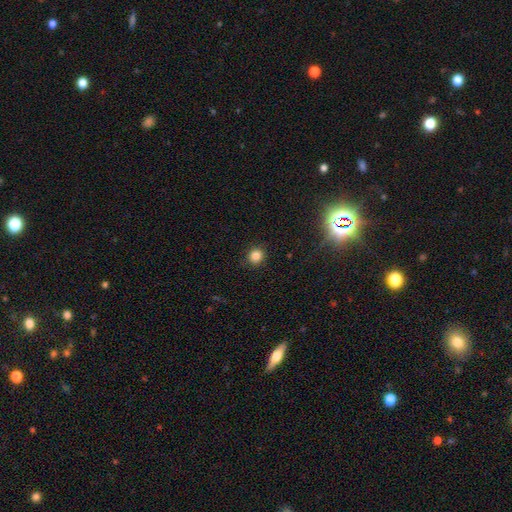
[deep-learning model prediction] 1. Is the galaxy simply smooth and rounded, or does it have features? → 83% smooth, 13% star or artifact, 4% featured or disk.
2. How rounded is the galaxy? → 88% round, 11% in between, 1% cigar-shaped.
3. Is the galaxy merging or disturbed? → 90% none, 7% minor disturbance, 2% major disturbance, 1% merger.